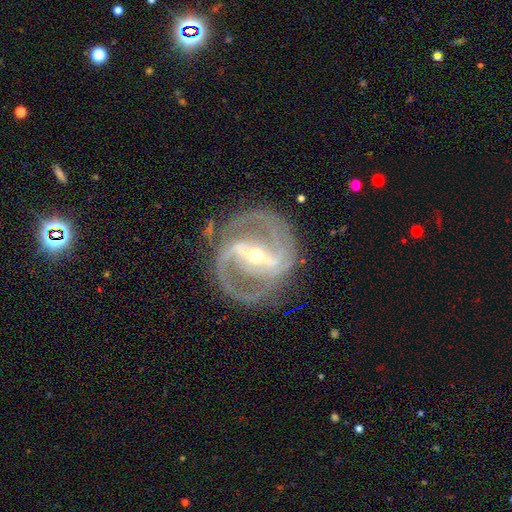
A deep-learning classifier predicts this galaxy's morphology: The model was most divided on "spiral winding": medium: 49%, tight: 38%, loose: 13%. More confident: edge-on disk — no (96%); spiral arms — yes (95%); smooth or featured — featured or disk (91%); bar — strong (76%); spiral arm count — 2 (75%); merging — none (74%); bulge size — small (58%).